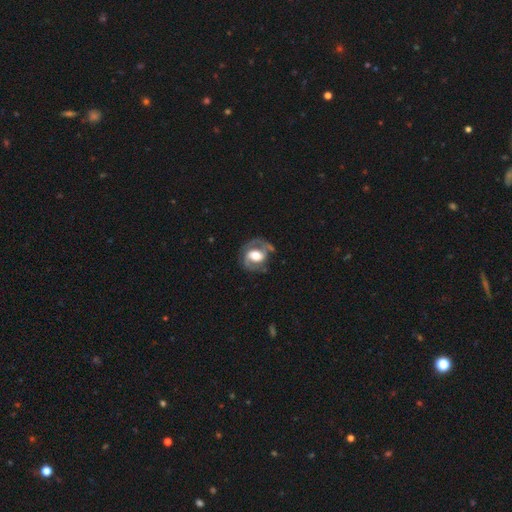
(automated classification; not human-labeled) Morphology: type=featured or disk (72%); edge-on=no (97%); bar=no (43%); spiral arms=yes (78%); winding=medium (48%); arm count=2 (82%); bulge=moderate (49%); merging=none (63%).